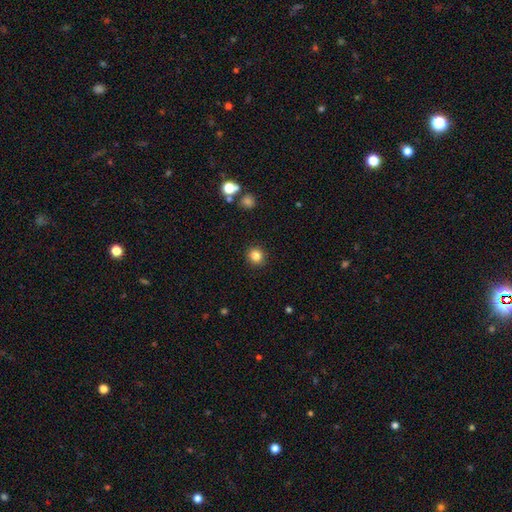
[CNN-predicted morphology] type=smooth (84%); roundness=round (85%); merging=none (90%).